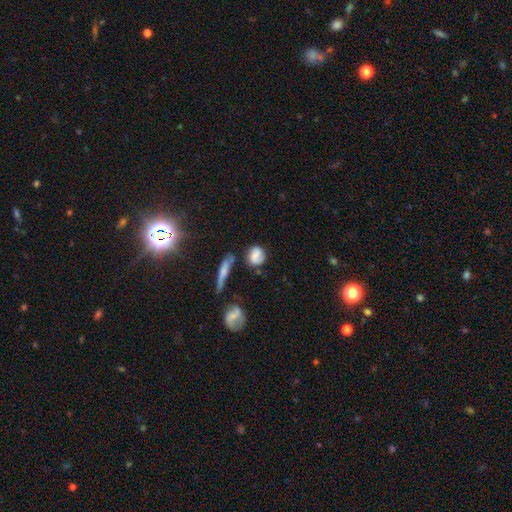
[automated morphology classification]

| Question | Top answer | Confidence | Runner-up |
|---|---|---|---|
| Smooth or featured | smooth | 62% | featured or disk (28%) |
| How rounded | round | 65% | in between (32%) |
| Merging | none | 60% | minor disturbance (23%) |